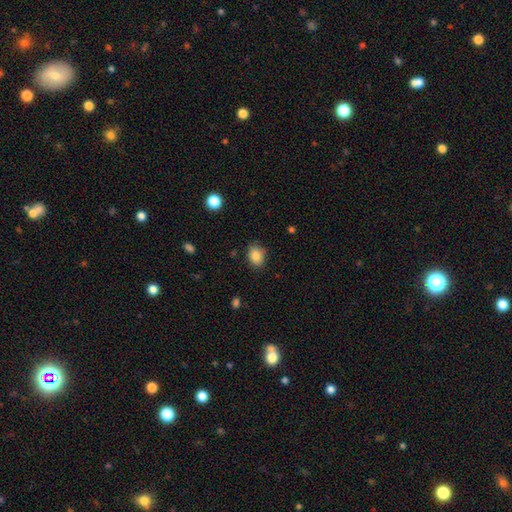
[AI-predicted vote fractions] smooth 86%, star or artifact 9%, featured or disk 5%. Down the decision tree: how rounded — in between (64%); merging — none (83%).